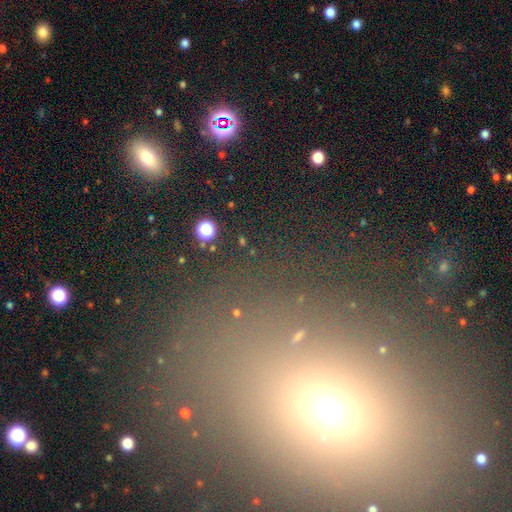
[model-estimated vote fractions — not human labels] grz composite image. It shows a star or artifact, not a galaxy (48%).